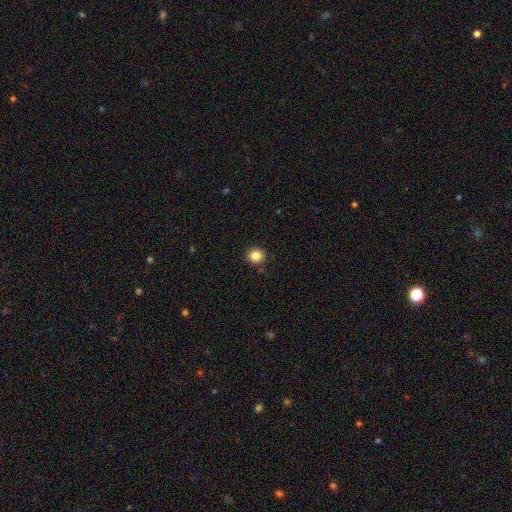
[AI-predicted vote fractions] Overall: smooth (84%). How rounded: round (91%). Merging: none (91%).